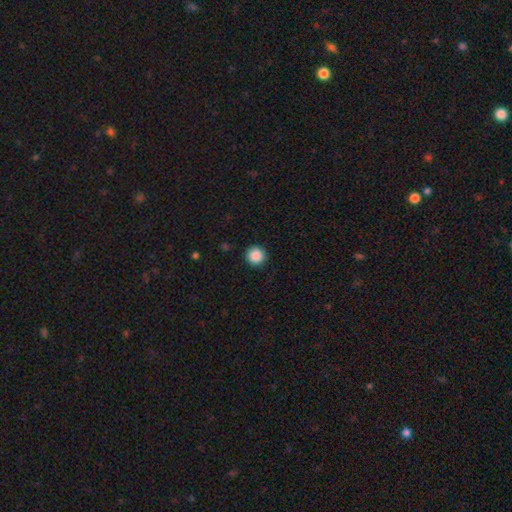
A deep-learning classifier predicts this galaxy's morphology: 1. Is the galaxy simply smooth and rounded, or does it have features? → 88% smooth, 9% star or artifact, 3% featured or disk.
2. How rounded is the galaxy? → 96% round, 3% in between, 1% cigar-shaped.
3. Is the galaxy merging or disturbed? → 92% none, 5% minor disturbance, 2% major disturbance, 1% merger.